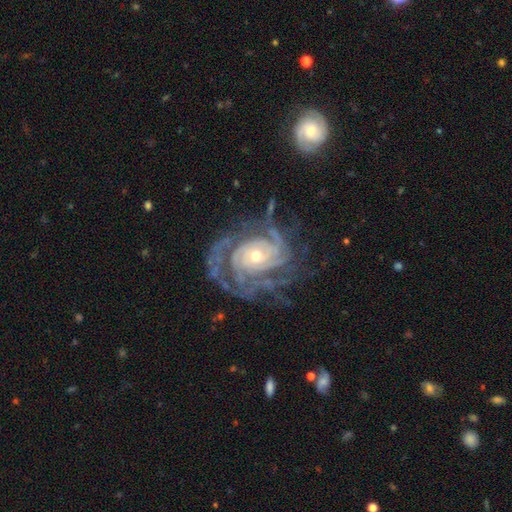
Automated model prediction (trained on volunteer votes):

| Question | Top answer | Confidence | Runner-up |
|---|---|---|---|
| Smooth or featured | featured or disk | 91% | star or artifact (5%) |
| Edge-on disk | no | 97% | yes (3%) |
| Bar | no | 75% | weak (18%) |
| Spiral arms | yes | 98% | no (2%) |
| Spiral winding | tight | 70% | medium (25%) |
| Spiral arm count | can't tell | 22% | tied: 4 (22%) |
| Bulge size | small | 61% | moderate (35%) |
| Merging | none | 63% | minor disturbance (18%) |